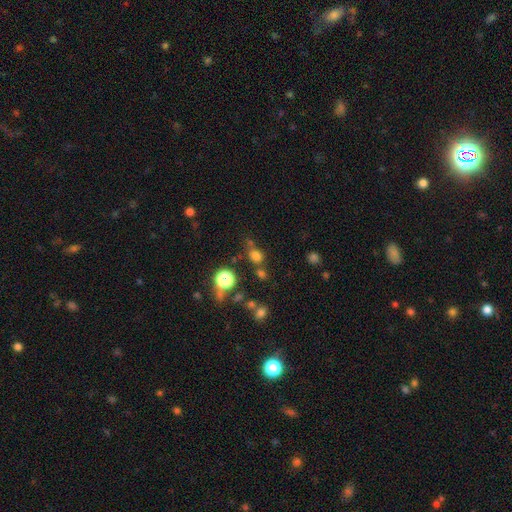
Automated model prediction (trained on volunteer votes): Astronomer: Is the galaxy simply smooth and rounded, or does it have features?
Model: smooth — 68%.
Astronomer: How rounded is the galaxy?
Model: round — 59% (runner-up: in between, 40%).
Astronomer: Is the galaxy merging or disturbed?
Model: none — 63%.